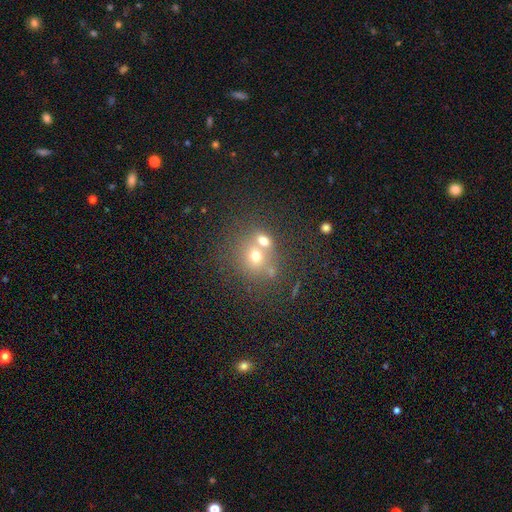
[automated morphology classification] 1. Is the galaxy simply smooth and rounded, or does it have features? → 62% smooth, 19% featured or disk, 18% star or artifact.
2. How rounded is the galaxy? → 76% round, 23% in between, 1% cigar-shaped.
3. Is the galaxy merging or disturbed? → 45% merger, 42% none, 8% minor disturbance, 4% major disturbance.